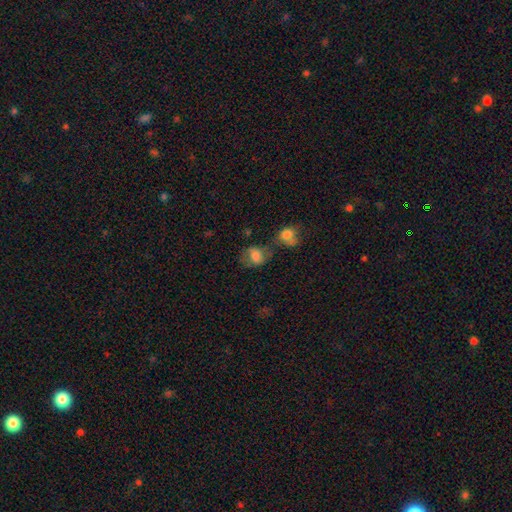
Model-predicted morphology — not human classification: Smooth or featured?
  - smooth: 74% *
  - featured or disk: 16%
  - star or artifact: 10%
How rounded?
  - in between: 60% *
  - round: 38%
  - cigar-shaped: 1%
Merging?
  - none: 38% *
  - merger: 29%
  - minor disturbance: 20%
  - major disturbance: 13%